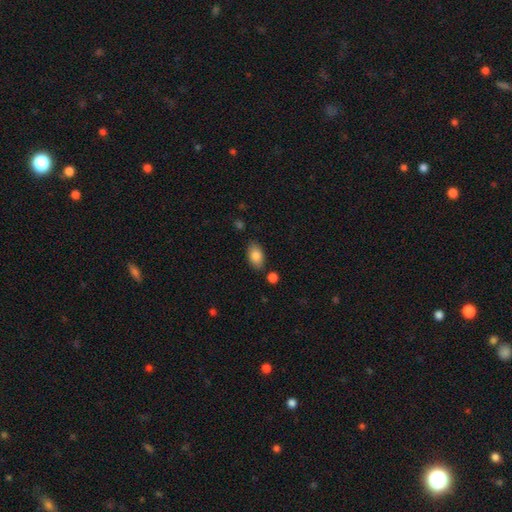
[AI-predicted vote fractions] Overall: smooth (86%). How rounded: in between (91%). Merging: none (81%).